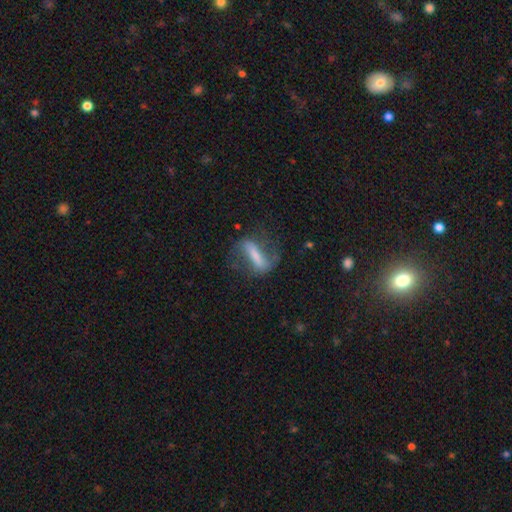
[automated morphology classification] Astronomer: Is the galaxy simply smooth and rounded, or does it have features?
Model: featured or disk — 63%.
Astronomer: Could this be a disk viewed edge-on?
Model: no — 84%.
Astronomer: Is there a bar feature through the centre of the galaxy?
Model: strong — 68%.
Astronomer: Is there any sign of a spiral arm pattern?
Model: yes — 77%.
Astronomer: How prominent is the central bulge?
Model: none — 39% (runner-up: small, 25%).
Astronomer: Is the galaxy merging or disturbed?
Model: none — 57%.